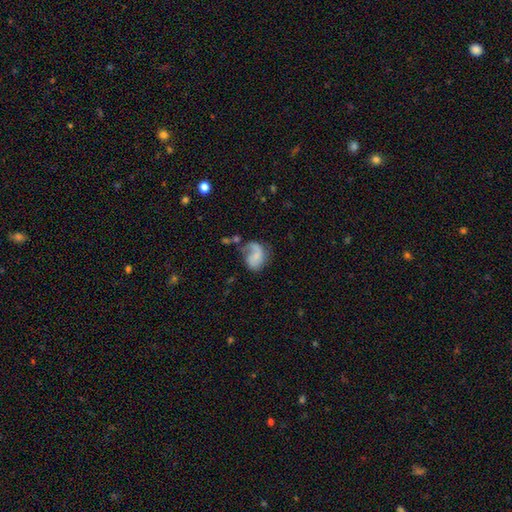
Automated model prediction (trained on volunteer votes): Overall: featured or disk (55%; smooth 37%). Edge-on disk: no (98%). Bar: no (67%; weak 28%). Spiral arms: yes (83%). Bulge size: small (44%; none 34%). Merging: none (35%; major disturbance 34%).